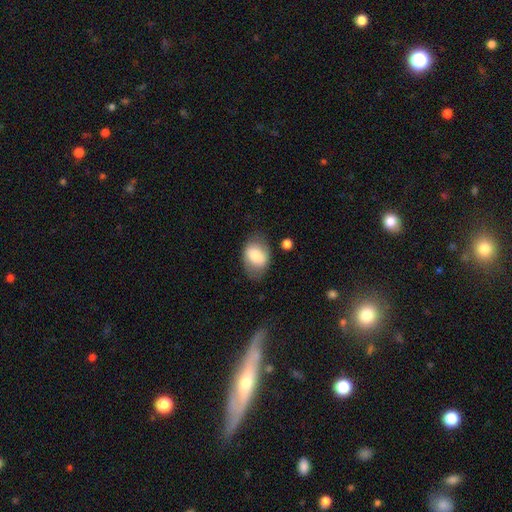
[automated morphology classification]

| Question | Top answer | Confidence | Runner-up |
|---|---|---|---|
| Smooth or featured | smooth | 72% | featured or disk (21%) |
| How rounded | in between | 78% | round (20%) |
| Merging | none | 70% | minor disturbance (20%) |